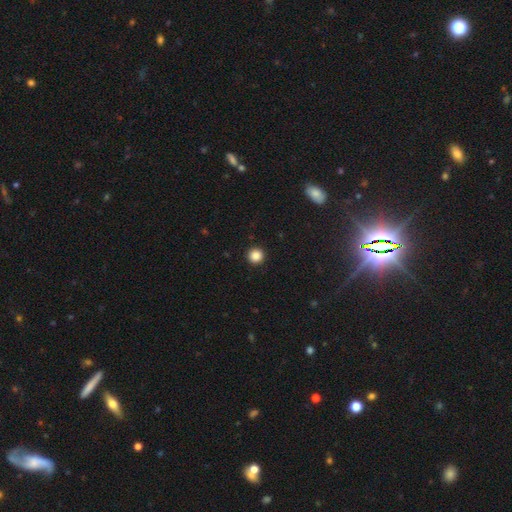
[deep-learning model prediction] Overall: smooth (87%). How rounded: round (95%). Merging: none (94%).